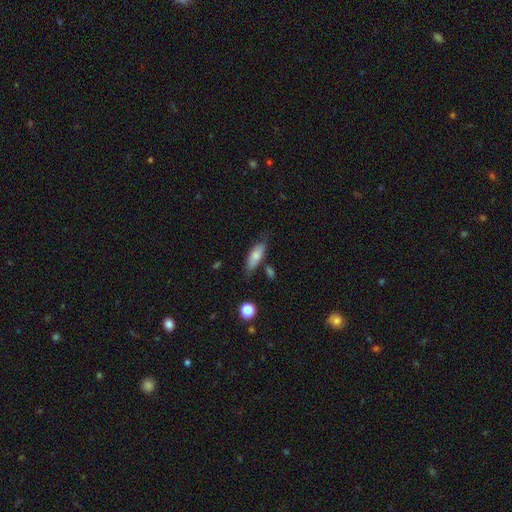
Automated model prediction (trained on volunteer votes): smooth_or_featured: smooth (p=0.74) [alt: featured or disk p=0.20]
how_rounded: in between (p=0.64) [alt: cigar-shaped p=0.33]
merging: none (p=0.68) [alt: minor disturbance p=0.22]